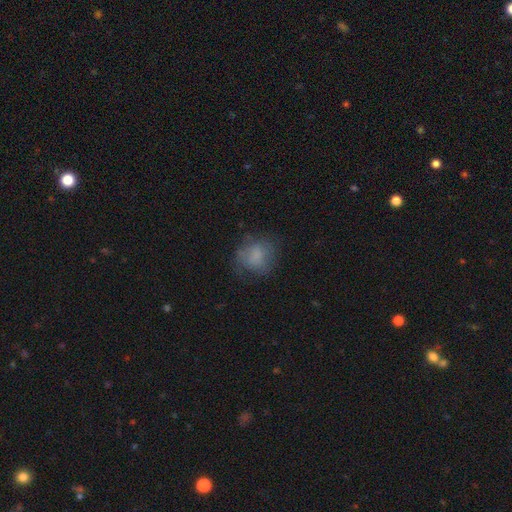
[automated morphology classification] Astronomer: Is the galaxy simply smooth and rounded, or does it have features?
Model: smooth — 68%.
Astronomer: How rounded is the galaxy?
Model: round — 71%.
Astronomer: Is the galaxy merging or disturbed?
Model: none — 60%.